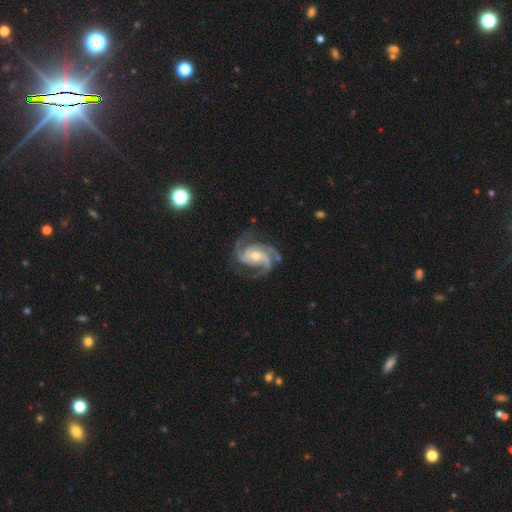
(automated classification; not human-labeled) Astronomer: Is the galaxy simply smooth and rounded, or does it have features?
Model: featured or disk — 93%.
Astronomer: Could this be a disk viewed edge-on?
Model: no — 98%.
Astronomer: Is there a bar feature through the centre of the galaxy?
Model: no — 53% (runner-up: weak, 33%).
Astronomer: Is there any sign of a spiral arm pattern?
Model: yes — 99%.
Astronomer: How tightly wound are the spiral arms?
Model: medium — 55% (runner-up: tight, 33%).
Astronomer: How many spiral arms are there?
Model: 3 — 59%.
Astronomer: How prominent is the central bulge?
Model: moderate — 62%.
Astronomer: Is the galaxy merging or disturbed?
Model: none — 74%.